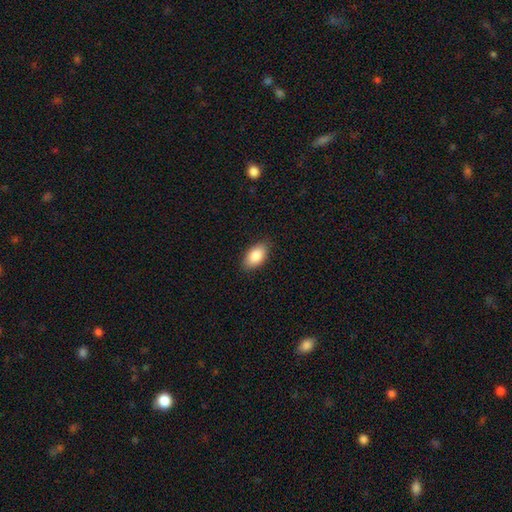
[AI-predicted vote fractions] This is clearly a smooth galaxy (88%). How rounded: clearly in between (94%). Merging: clearly none (87%).